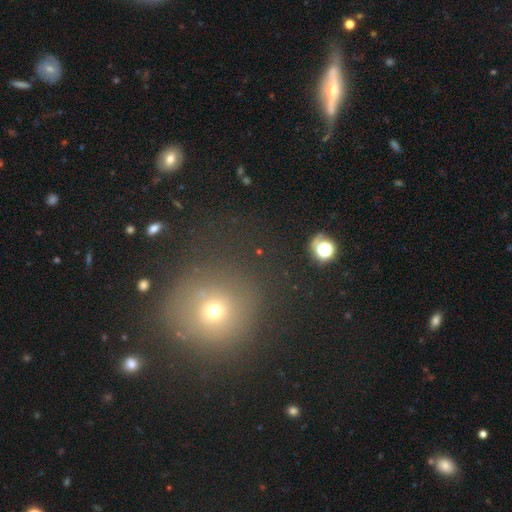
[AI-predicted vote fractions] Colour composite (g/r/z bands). It shows a smooth galaxy with no disk features (54%) that is round (89%). Merging: none (78%).